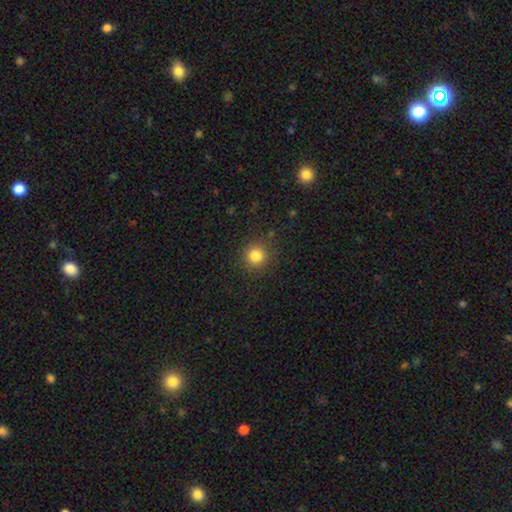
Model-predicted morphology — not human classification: Smooth or featured?
  - smooth: 83% *
  - star or artifact: 12%
  - featured or disk: 5%
How rounded?
  - round: 93% *
  - in between: 6%
  - cigar-shaped: 1%
Merging?
  - none: 89% *
  - minor disturbance: 7%
  - major disturbance: 3%
  - merger: 1%